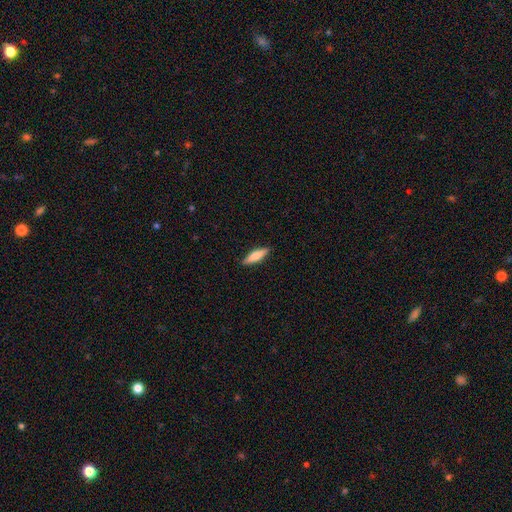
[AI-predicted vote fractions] smooth 69%, featured or disk 25%, star or artifact 6%. Down the decision tree: how rounded — cigar-shaped (71%); merging — none (89%).